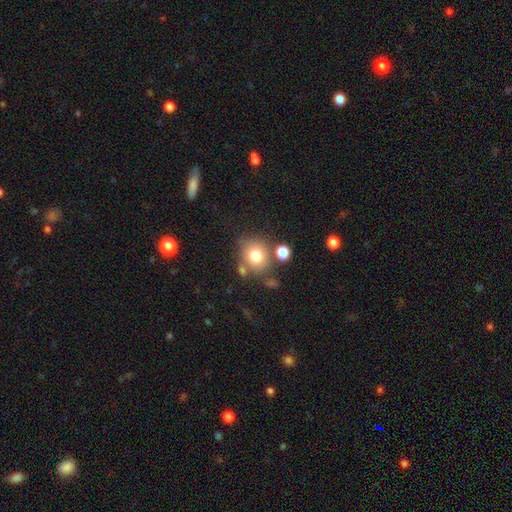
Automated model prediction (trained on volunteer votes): Smooth or featured? Predicted: smooth (p=0.75). How rounded? Predicted: round (p=0.81). Merging? Predicted: none (p=0.65).